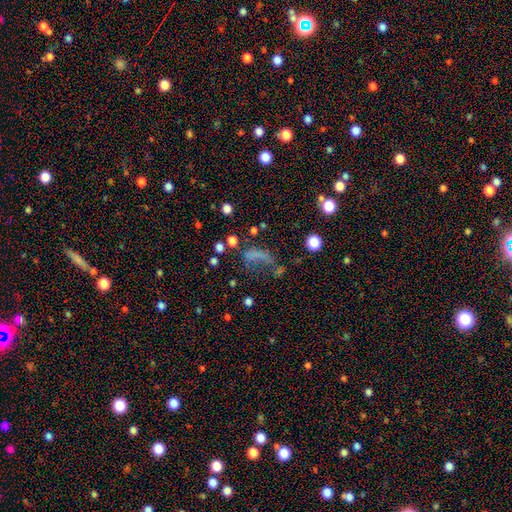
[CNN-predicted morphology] type=smooth (50%); roundness=in between (61%); merging=major disturbance (38%).